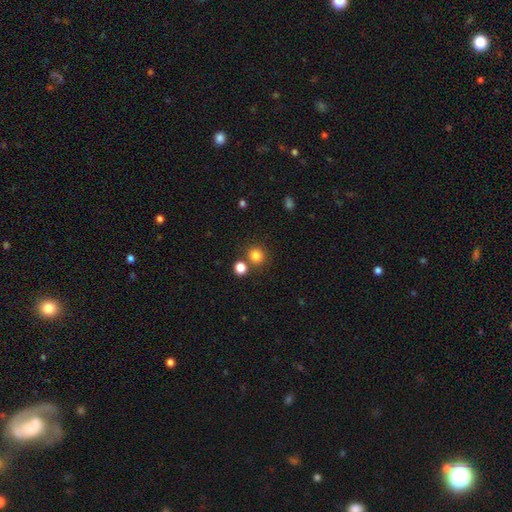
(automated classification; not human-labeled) smooth 82%, star or artifact 13%, featured or disk 5%. Down the decision tree: how rounded — round (90%); merging — none (75%).